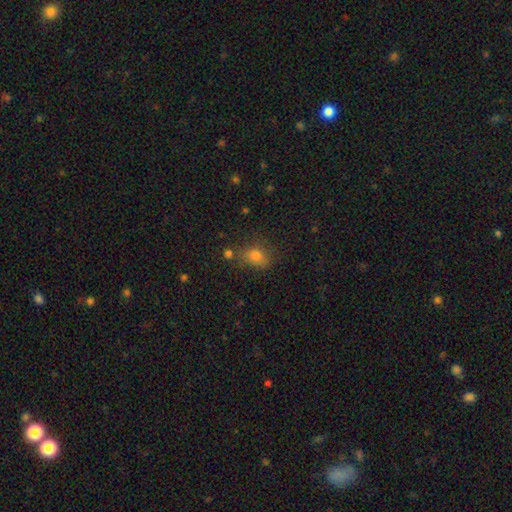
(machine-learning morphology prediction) Smooth or featured?
  - smooth: 75% *
  - star or artifact: 16%
  - featured or disk: 9%
How rounded?
  - in between: 60% *
  - round: 38%
  - cigar-shaped: 2%
Merging?
  - none: 65% *
  - minor disturbance: 19%
  - merger: 10%
  - major disturbance: 6%